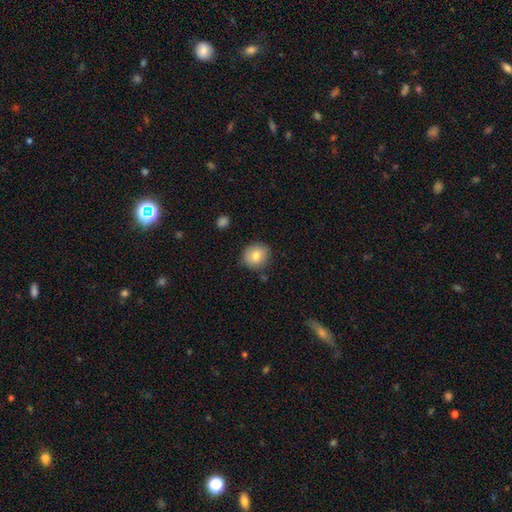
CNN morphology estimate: A smooth galaxy with no disk features (79%) that is round (80%). Merging: none (83%).